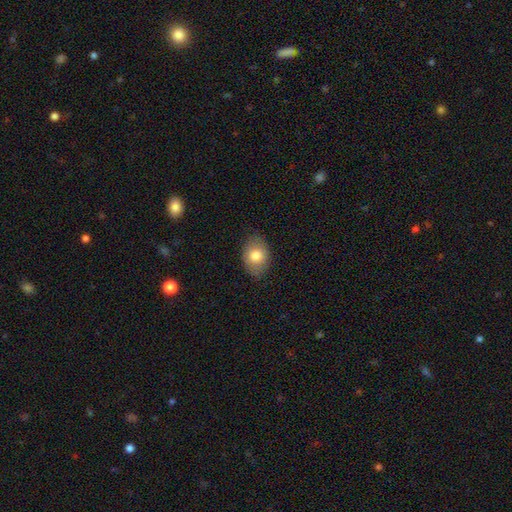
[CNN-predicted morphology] type=smooth (78%); roundness=in between (73%); merging=none (81%).